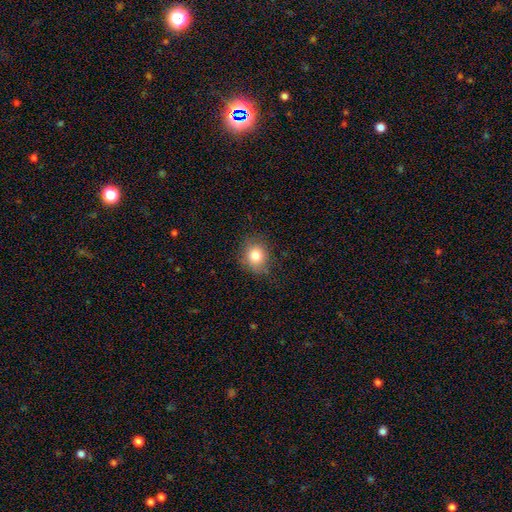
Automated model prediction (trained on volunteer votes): Overall: smooth (81%). How rounded: round (69%; in between 30%). Merging: none (79%).